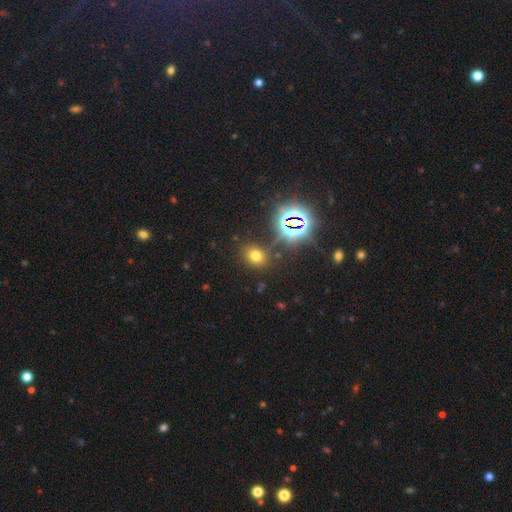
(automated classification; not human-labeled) smooth_or_featured: smooth (p=0.62) [alt: star or artifact p=0.30]
how_rounded: round (p=0.56) [alt: in between p=0.43]
merging: none (p=0.79) [alt: minor disturbance p=0.11]